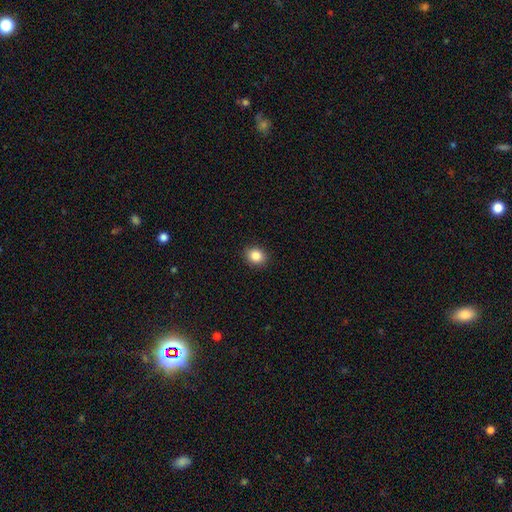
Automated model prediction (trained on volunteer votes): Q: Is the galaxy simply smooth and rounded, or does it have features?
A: smooth — 86%.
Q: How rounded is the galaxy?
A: round — 65%.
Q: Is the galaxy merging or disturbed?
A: none — 90%.